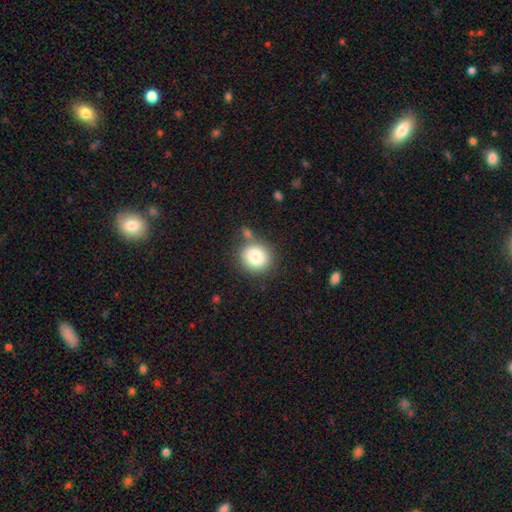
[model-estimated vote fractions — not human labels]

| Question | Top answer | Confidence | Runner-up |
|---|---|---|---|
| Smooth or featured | smooth | 83% | star or artifact (9%) |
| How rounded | round | 85% | in between (14%) |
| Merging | none | 73% | minor disturbance (12%) |